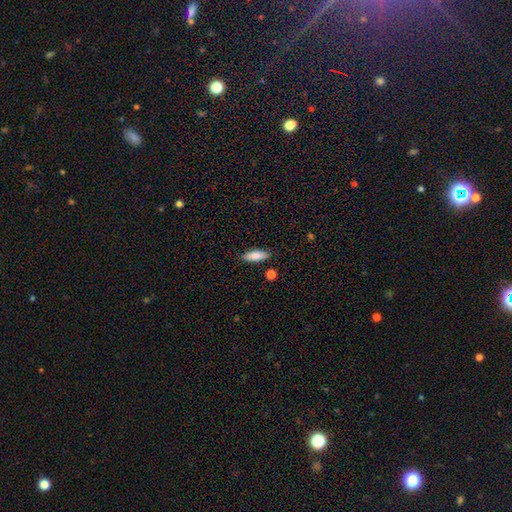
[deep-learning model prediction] This appears to be a smooth galaxy with no disk features (87%) that is in between round and cigar-shaped (60%). Merging: none (86%).